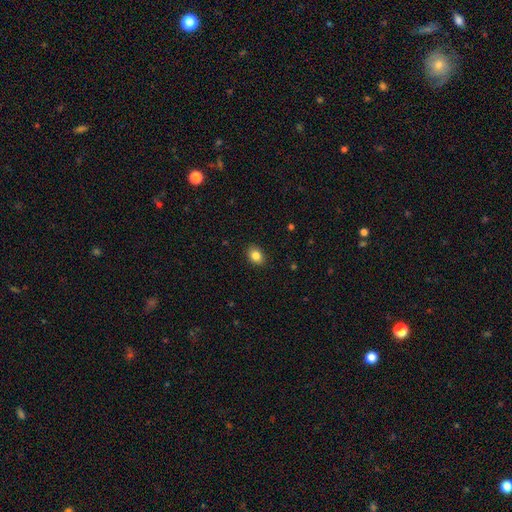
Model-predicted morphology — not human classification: smooth_or_featured: smooth (p=0.85) [alt: star or artifact p=0.09]
how_rounded: in between (p=0.65) [alt: round p=0.34]
merging: none (p=0.89) [alt: minor disturbance p=0.08]